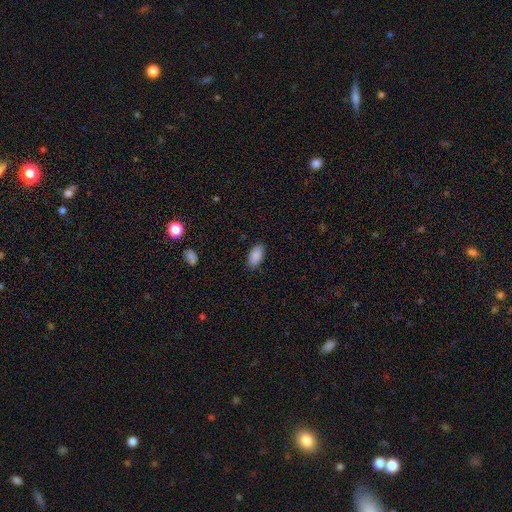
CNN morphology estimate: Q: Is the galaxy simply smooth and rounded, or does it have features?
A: smooth — 89%.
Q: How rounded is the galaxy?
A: in between — 94%.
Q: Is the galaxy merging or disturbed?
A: none — 87%.